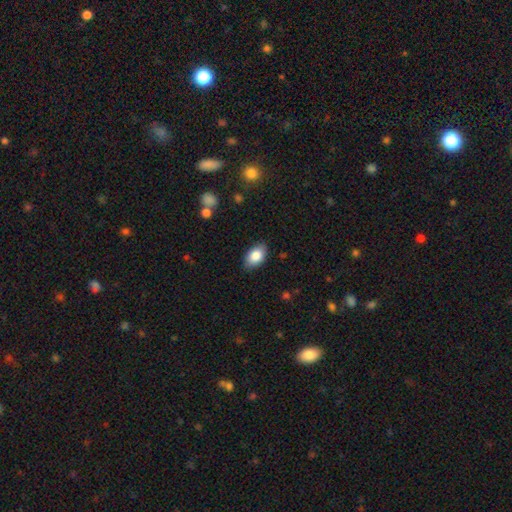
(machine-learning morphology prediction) type=smooth (84%); roundness=in between (90%); merging=none (85%).